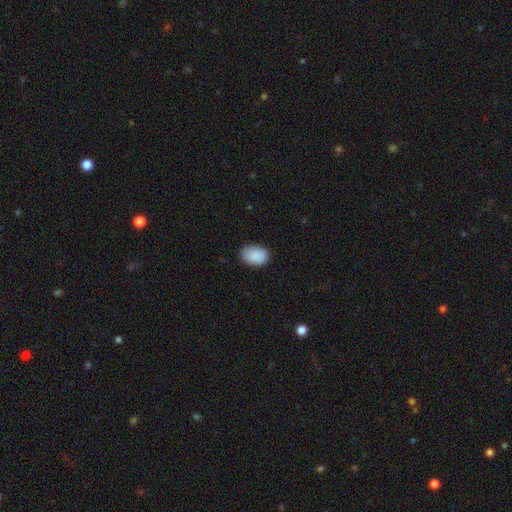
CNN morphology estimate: Q: Smooth or featured?
A: smooth (90%); runner-up: star or artifact (7%)
Q: How rounded?
A: in between (83%); runner-up: round (16%)
Q: Merging?
A: none (82%); runner-up: minor disturbance (15%)